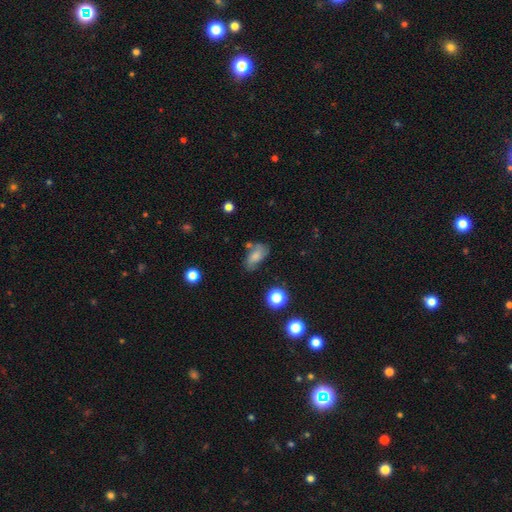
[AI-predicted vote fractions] The model was most divided on "merging": none: 53%, minor disturbance: 26%, merger: 11%, major disturbance: 10%. More confident: how rounded — in between (85%); smooth or featured — smooth (64%).